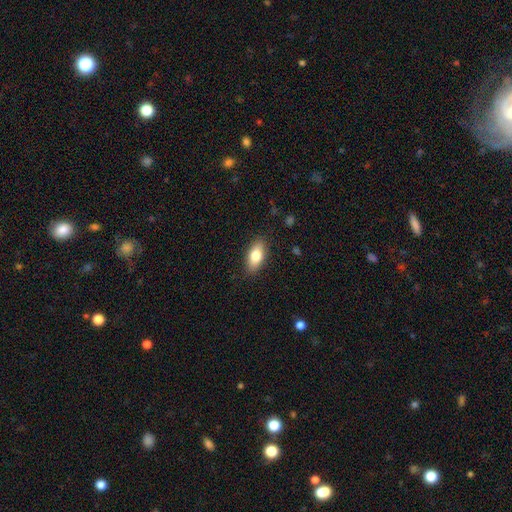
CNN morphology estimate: This is likely a smooth galaxy (78%). How rounded: clearly in between (86%). Merging: clearly none (87%).